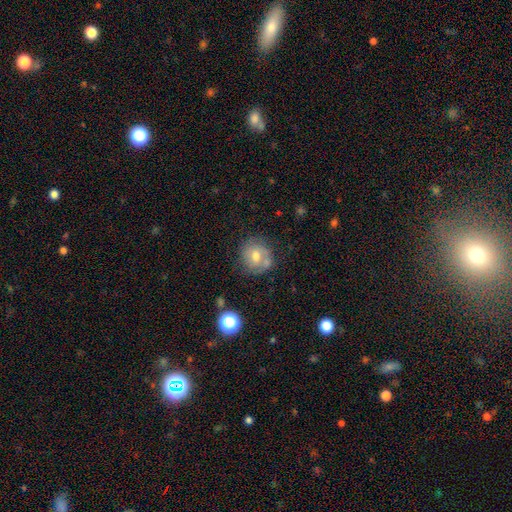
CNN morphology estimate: smooth-or-featured: smooth: 54% | featured or disk: 36% | star or artifact: 11%
  how-rounded: round: 84% | in between: 15% | cigar-shaped: 1%
  merging: none: 62% | minor disturbance: 20% | merger: 10% | major disturbance: 7%